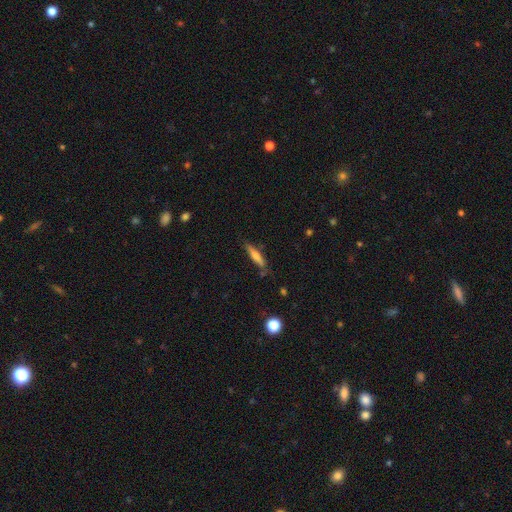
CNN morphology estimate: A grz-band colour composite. It shows a smooth galaxy with no disk features (59%) that is cigar-shaped (84%). Merging: none (77%).